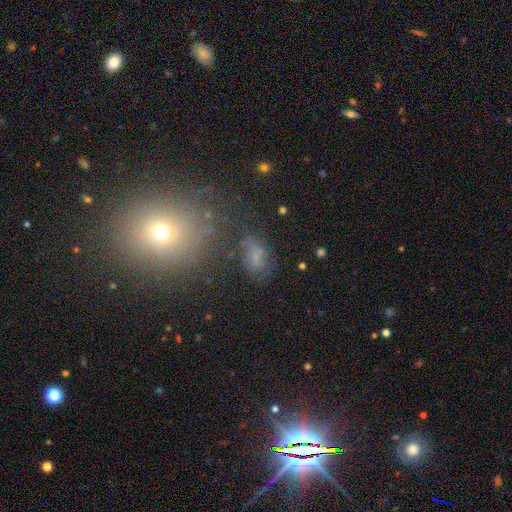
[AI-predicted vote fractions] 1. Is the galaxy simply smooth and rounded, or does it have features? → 50% smooth, 28% featured or disk, 22% star or artifact.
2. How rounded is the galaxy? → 81% in between, 15% round, 3% cigar-shaped.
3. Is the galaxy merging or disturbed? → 52% none, 22% minor disturbance, 17% major disturbance, 8% merger.